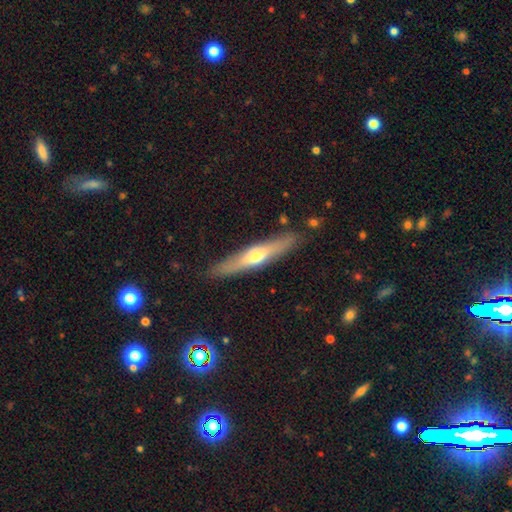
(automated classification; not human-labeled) This appears to be a featured or disk galaxy (53%) viewed edge-on (89%). Merging: none (87%).